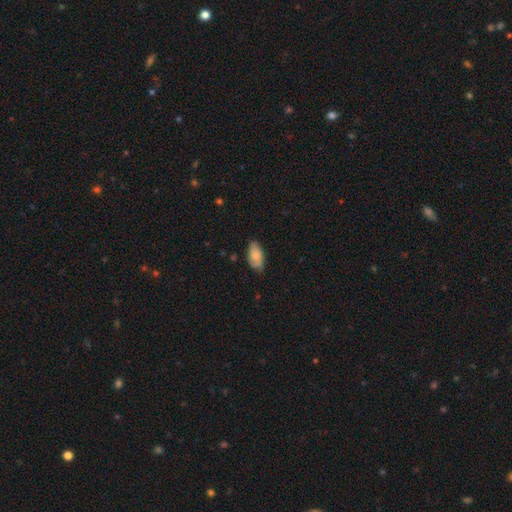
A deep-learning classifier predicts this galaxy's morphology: Smooth or featured? smooth (73%)
How rounded? in between (93%)
Merging? none (73%)